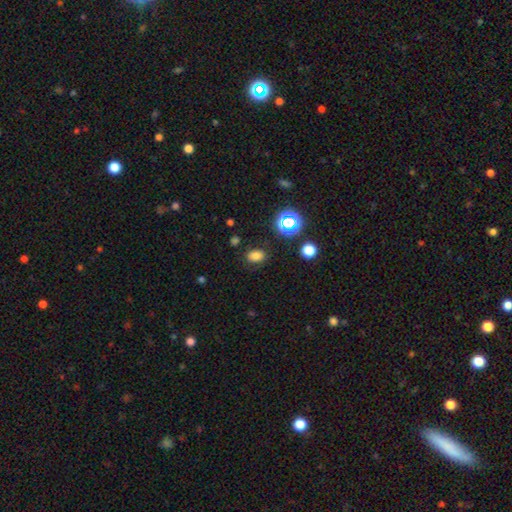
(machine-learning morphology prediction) smooth_or_featured: smooth (p=0.74) [alt: star or artifact p=0.19]
how_rounded: in between (p=0.74) [alt: round p=0.24]
merging: none (p=0.82) [alt: minor disturbance p=0.12]